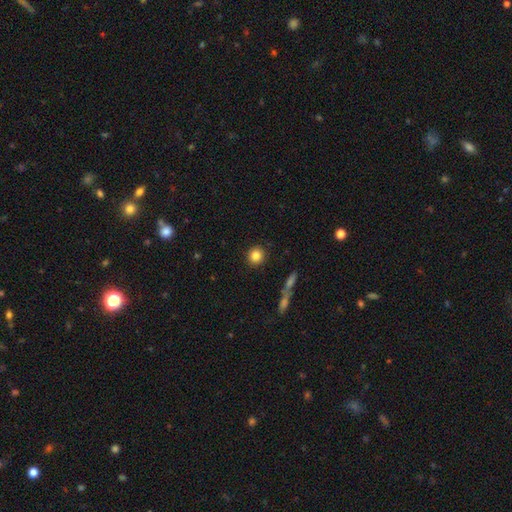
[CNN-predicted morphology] Smooth or featured: smooth — 84% (star or artifact — 10%)
How rounded: round — 91% (in between — 8%)
Merging: none — 90% (minor disturbance — 6%)